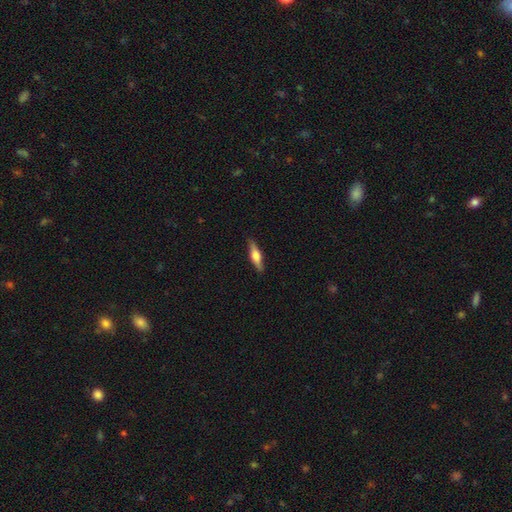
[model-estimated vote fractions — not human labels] This is possibly a featured or disk galaxy (50%). Merging: clearly none (87%).